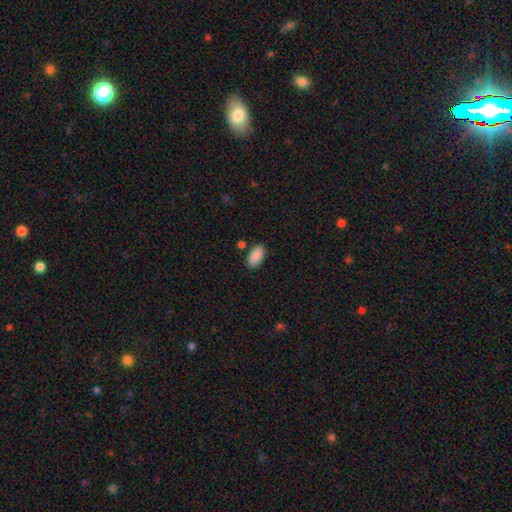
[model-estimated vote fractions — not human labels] smooth 90%, star or artifact 7%, featured or disk 4%. Down the decision tree: how rounded — in between (95%); merging — none (83%).